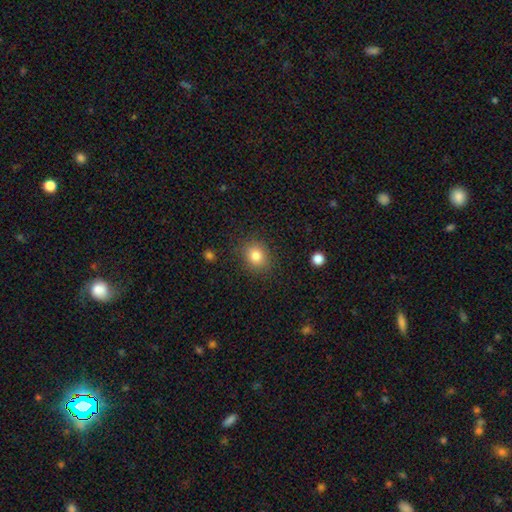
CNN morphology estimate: The model was most divided on "how rounded": round: 69%, in between: 30%, cigar-shaped: 1%. More confident: merging — none (86%); smooth or featured — smooth (82%).